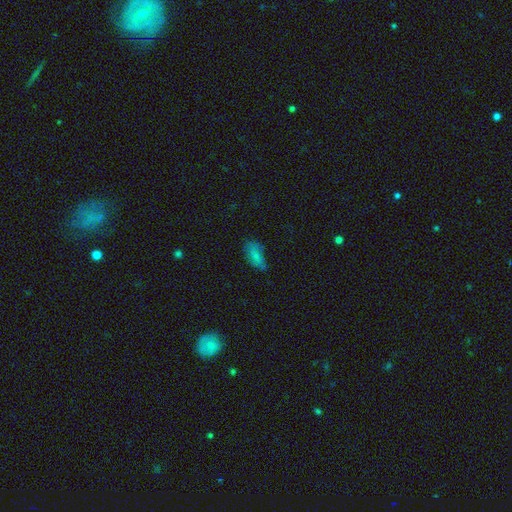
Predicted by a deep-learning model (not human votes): Overall: smooth (75%). How rounded: in between (88%). Merging: none (52%; minor disturbance 33%).